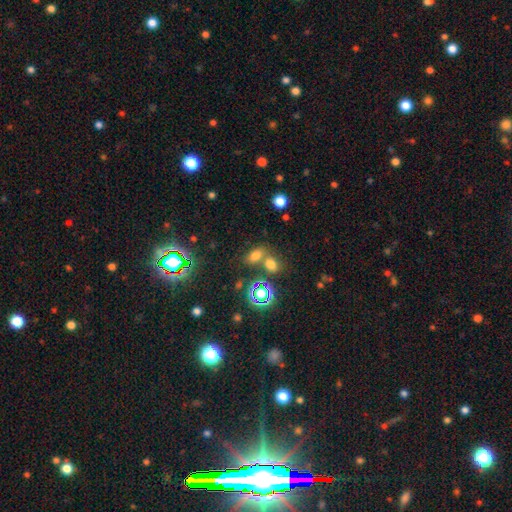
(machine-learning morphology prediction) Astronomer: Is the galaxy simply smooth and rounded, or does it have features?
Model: smooth — 67%.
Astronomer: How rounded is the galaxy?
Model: in between — 79%.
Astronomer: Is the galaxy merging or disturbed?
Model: none — 50% (runner-up: merger, 36%).